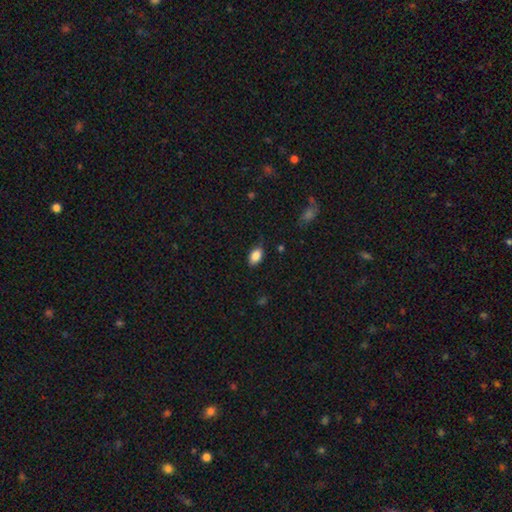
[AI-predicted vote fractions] Morphology: type=smooth (86%); roundness=in between (90%); merging=none (77%).